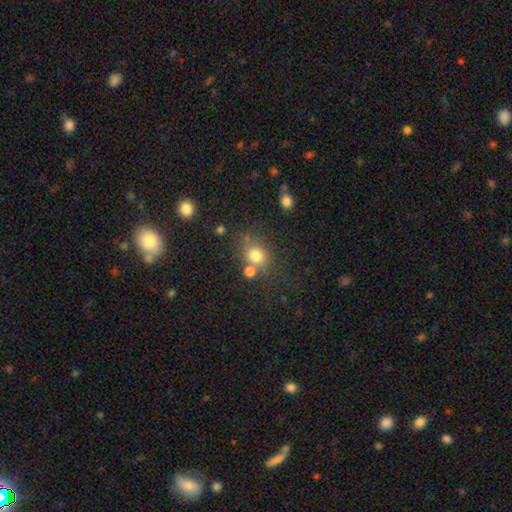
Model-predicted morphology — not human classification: smooth_or_featured: smooth (p=0.78) [alt: star or artifact p=0.14]
how_rounded: round (p=0.66) [alt: in between p=0.33]
merging: none (p=0.60) [alt: merger p=0.21]